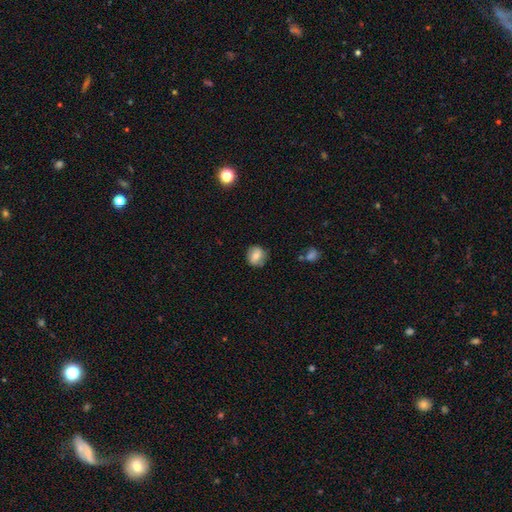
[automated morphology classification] This is likely a smooth galaxy (63%). How rounded: clearly round (82%). Merging: likely none (79%).